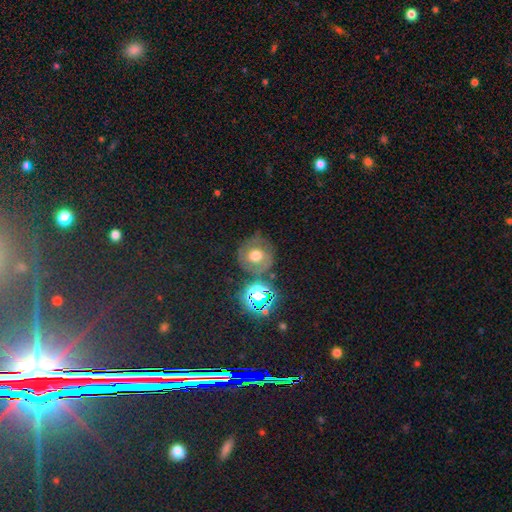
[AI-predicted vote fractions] Q: Smooth or featured?
A: smooth (48%); runner-up: featured or disk (33%)
Q: Merging?
A: none (67%); runner-up: minor disturbance (17%)